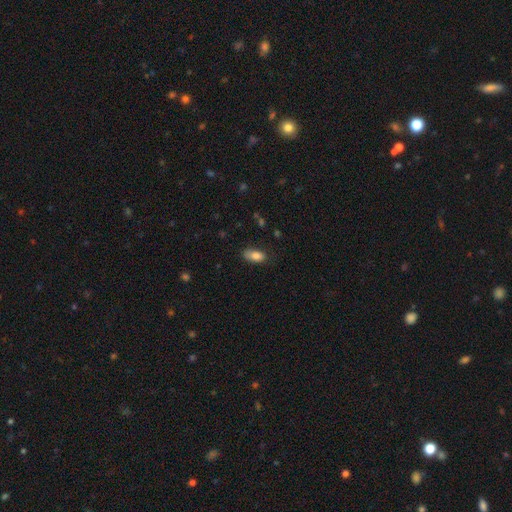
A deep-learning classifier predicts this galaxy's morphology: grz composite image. It shows a smooth galaxy with no disk features (85%) that is in between round and cigar-shaped (90%). Merging: none (69%).